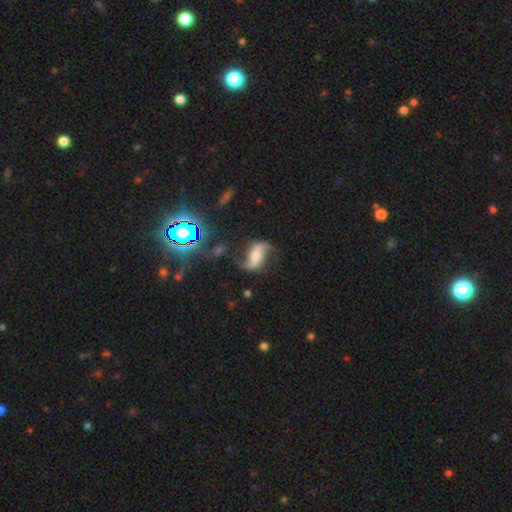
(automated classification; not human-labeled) A featured or disk galaxy (80%) with a strong bar (38%), 2 (92%) loose (84%) spiral arms (94%) and a moderate central bulge (47%).

Vote fractions:
- Smooth or featured? featured or disk: 80% / smooth: 11% / star or artifact: 9%
- Edge-on disk? no: 95% / yes: 5%
- Bar? strong: 38% / weak: 32% / no: 31%
- Spiral arms? yes: 94% / no: 6%
- Spiral winding? loose: 84% / medium: 12% / tight: 4%
- Spiral arm count? 2: 92% / 1: 3% / can't tell: 2% / 3: 1% / 4: 1% / more than 4: 1%
- Bulge size? moderate: 47% / small: 38% / large: 7% / none: 6% / dominant: 2%
- Merging? none: 70% / minor disturbance: 17% / major disturbance: 9% / merger: 4%